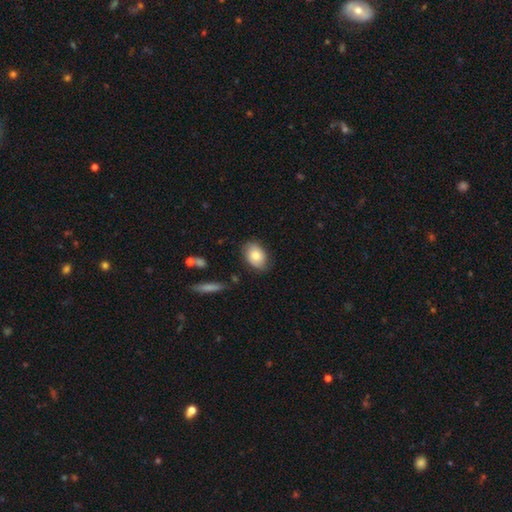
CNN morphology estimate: Smooth or featured? smooth (78%)
How rounded? in between (82%)
Merging? none (77%)